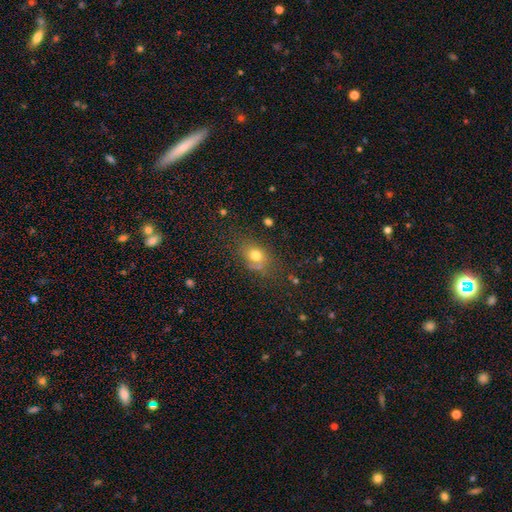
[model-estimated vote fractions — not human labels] Q: Smooth or featured?
A: smooth (74%); runner-up: star or artifact (15%)
Q: How rounded?
A: in between (59%); runner-up: round (39%)
Q: Merging?
A: none (63%); runner-up: minor disturbance (22%)